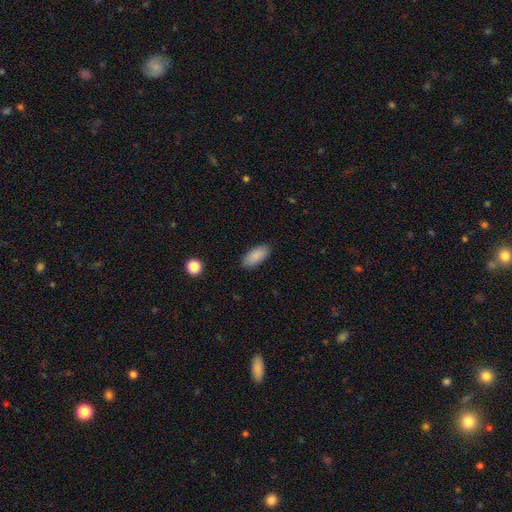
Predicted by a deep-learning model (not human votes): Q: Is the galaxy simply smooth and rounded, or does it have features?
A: smooth — 89%.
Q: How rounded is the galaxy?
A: in between — 89%.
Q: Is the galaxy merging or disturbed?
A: none — 88%.